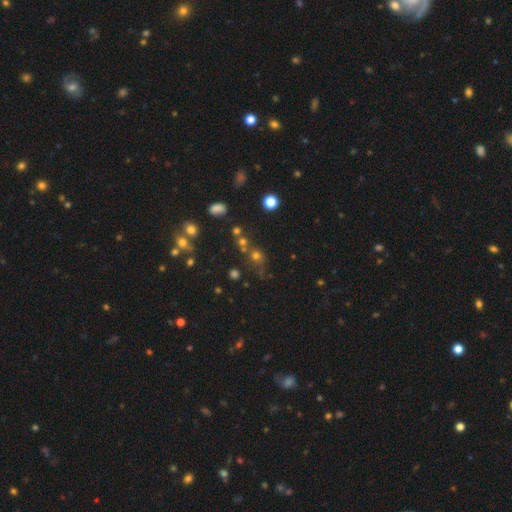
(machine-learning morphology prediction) smooth_or_featured: star or artifact (p=0.45) [alt: smooth p=0.38]